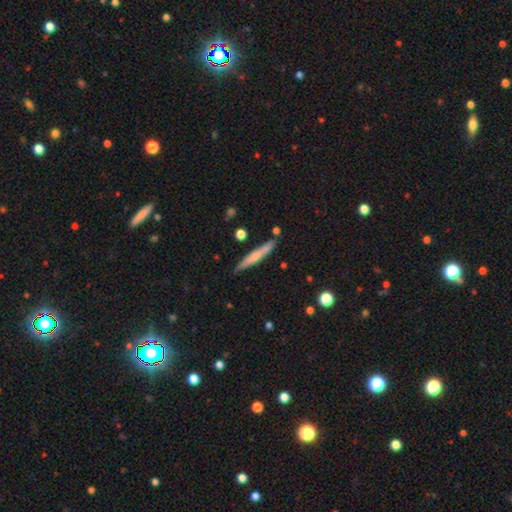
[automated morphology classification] type=smooth (56%); roundness=cigar-shaped (94%); merging=none (84%).